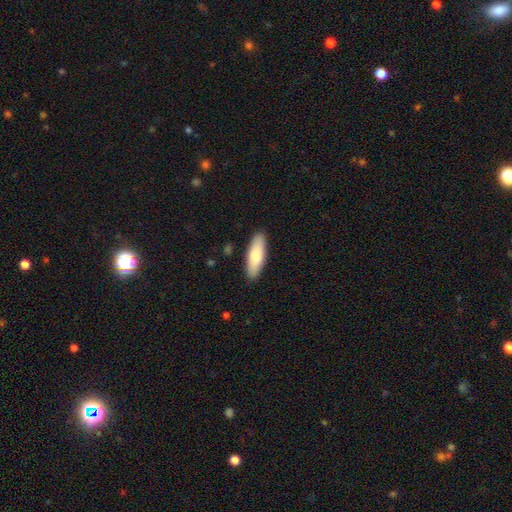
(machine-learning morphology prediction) This is likely a smooth galaxy (79%). How rounded: possibly in between (54%). Merging: clearly none (89%).